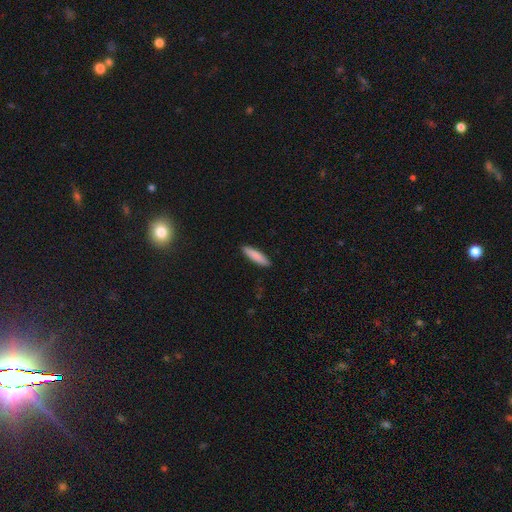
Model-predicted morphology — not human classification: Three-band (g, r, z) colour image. It shows a smooth galaxy with no disk features (86%) that is cigar-shaped (75%). Merging: none (90%).